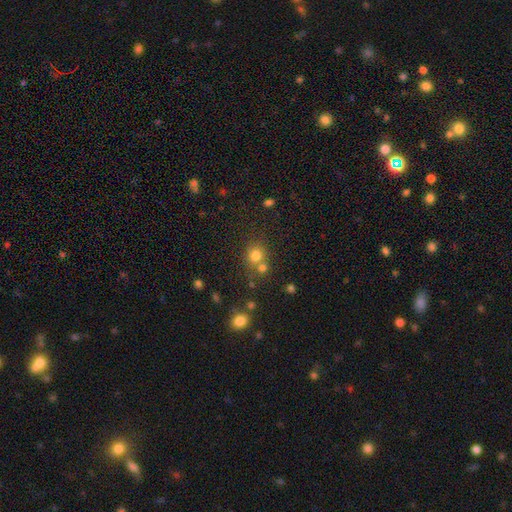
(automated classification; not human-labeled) This appears to be a smooth galaxy with no disk features (76%) that is round (86%). Merging: none (59%).